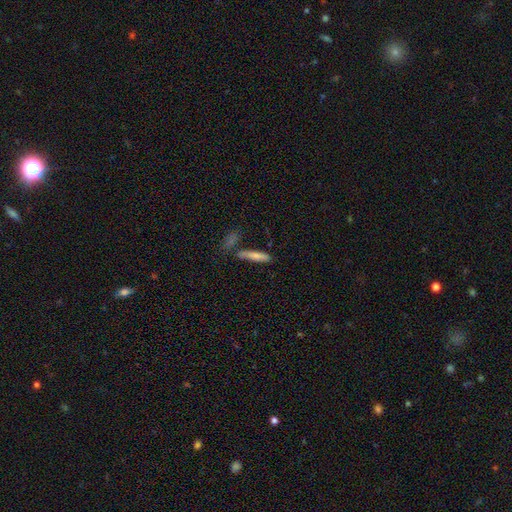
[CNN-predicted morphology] A smooth galaxy with no disk features (75%) that is cigar-shaped (80%). Merging: none (64%).